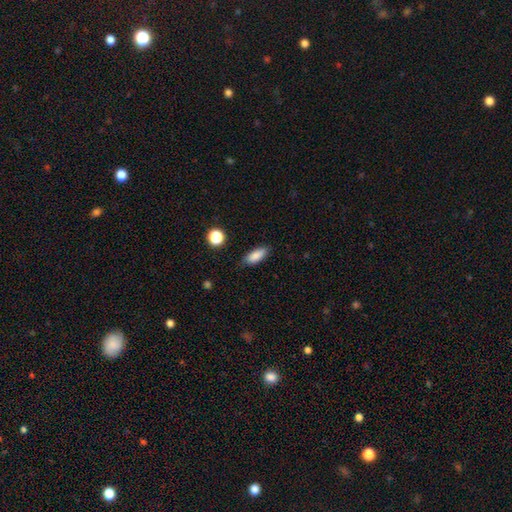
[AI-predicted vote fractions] A smooth galaxy with no disk features (86%) that is in between round and cigar-shaped (78%).

Vote fractions:
- Smooth or featured? smooth: 86% / star or artifact: 8% / featured or disk: 6%
- How rounded? in between: 78% / cigar-shaped: 19% / round: 3%
- Merging? none: 81% / minor disturbance: 14% / major disturbance: 3% / merger: 2%